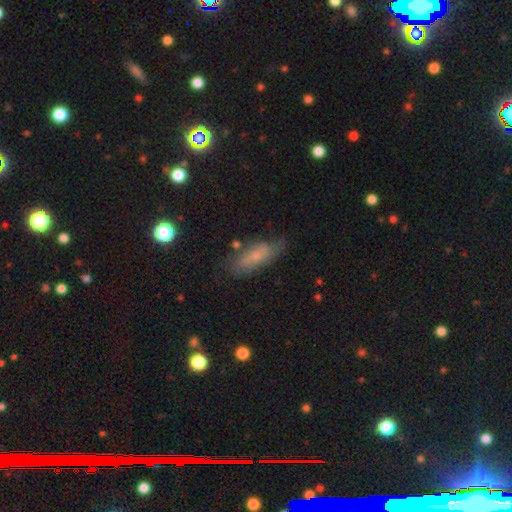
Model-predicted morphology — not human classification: Smooth or featured?
  - smooth: 56% *
  - featured or disk: 36%
  - star or artifact: 8%
How rounded?
  - in between: 69% *
  - cigar-shaped: 27%
  - round: 3%
Merging?
  - none: 61% *
  - minor disturbance: 27%
  - major disturbance: 8%
  - merger: 3%